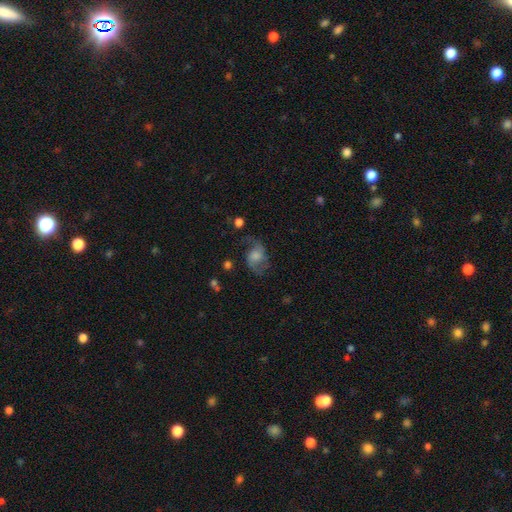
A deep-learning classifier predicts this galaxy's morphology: A featured or disk galaxy (60%) with no bar (59%), spiral arms (86%) and a moderate central bulge (34%). Merging: none (52%).